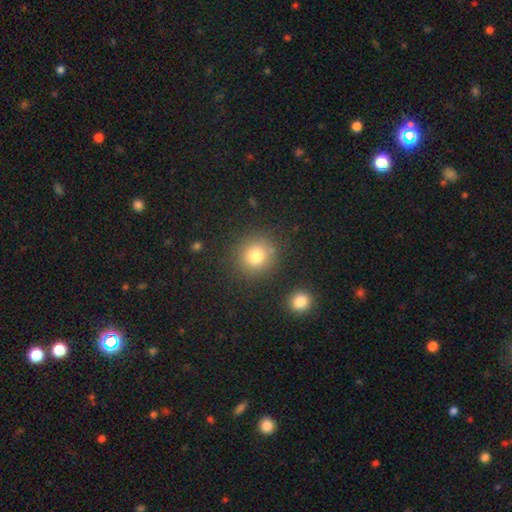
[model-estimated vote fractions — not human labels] Morphology: type=smooth (79%); roundness=round (89%); merging=none (84%).